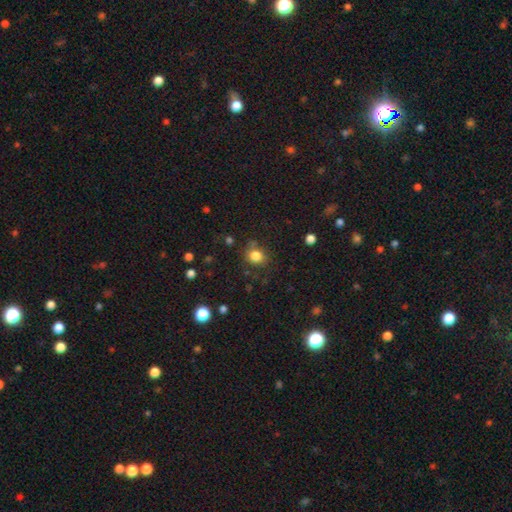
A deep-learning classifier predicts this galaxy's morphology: smooth-or-featured: smooth: 82% | star or artifact: 12% | featured or disk: 6%
  how-rounded: round: 75% | in between: 24% | cigar-shaped: 1%
  merging: none: 75% | minor disturbance: 15% | major disturbance: 5% | merger: 5%